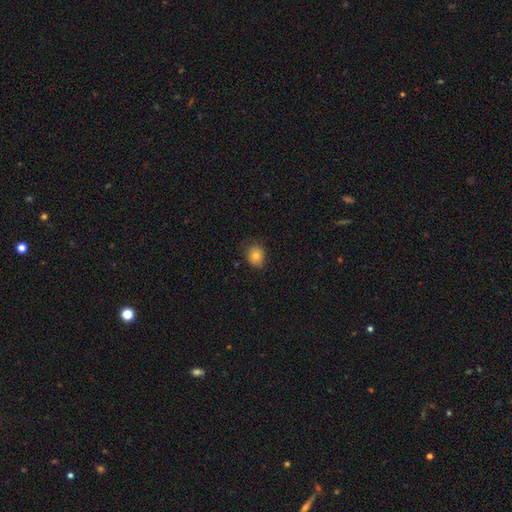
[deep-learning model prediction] Smooth or featured? Predicted: smooth (p=0.78). How rounded? Predicted: round (p=0.69). Merging? Predicted: none (p=0.79).